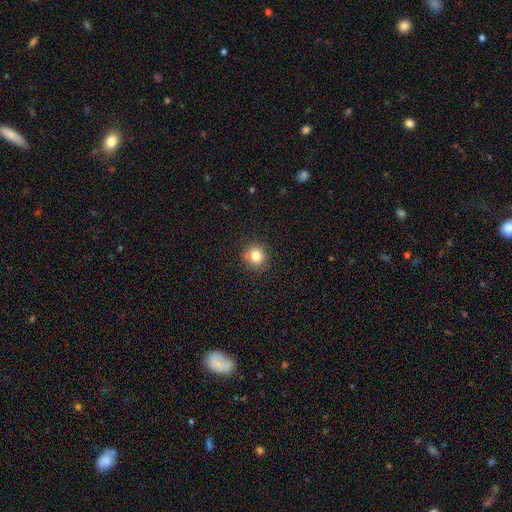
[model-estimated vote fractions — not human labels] smooth_or_featured: smooth (p=0.82) [alt: star or artifact p=0.12]
how_rounded: round (p=0.88) [alt: in between p=0.11]
merging: none (p=0.86) [alt: minor disturbance p=0.09]